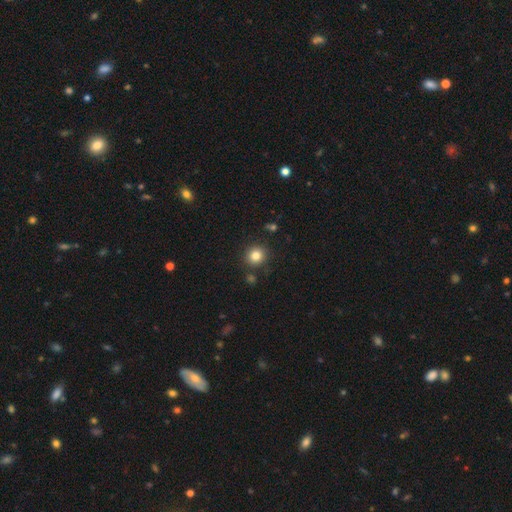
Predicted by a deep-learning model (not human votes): The model was most divided on "smooth or featured": smooth: 82%, star or artifact: 12%, featured or disk: 6%. More confident: how rounded — round (91%); merging — none (86%).